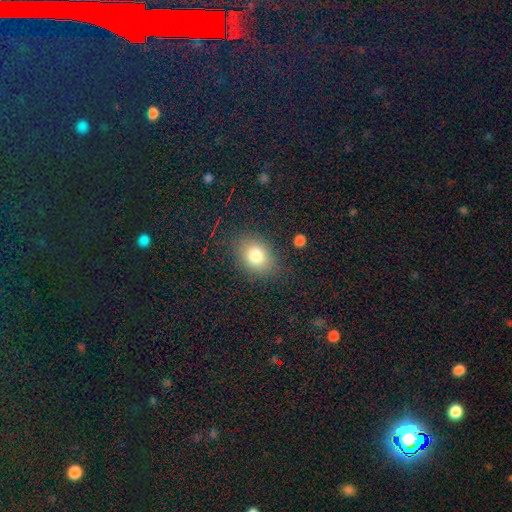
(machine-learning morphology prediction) Overall: smooth (79%). How rounded: in between (63%; round 36%). Merging: none (81%).